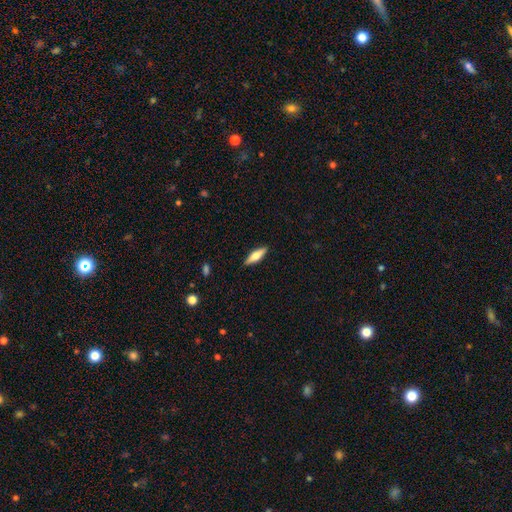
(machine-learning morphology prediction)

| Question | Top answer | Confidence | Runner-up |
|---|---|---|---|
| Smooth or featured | smooth | 58% | featured or disk (36%) |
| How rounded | cigar-shaped | 55% | in between (43%) |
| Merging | none | 89% | minor disturbance (9%) |